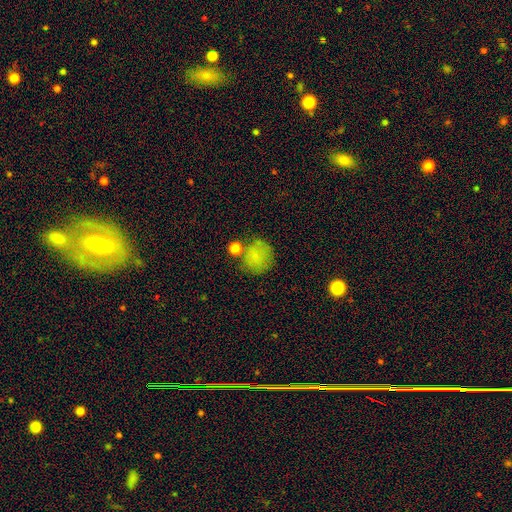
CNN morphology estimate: smooth-or-featured: smooth: 80% | star or artifact: 11% | featured or disk: 9%
  how-rounded: round: 88% | in between: 11% | cigar-shaped: 1%
  merging: none: 66% | minor disturbance: 16% | merger: 12% | major disturbance: 6%